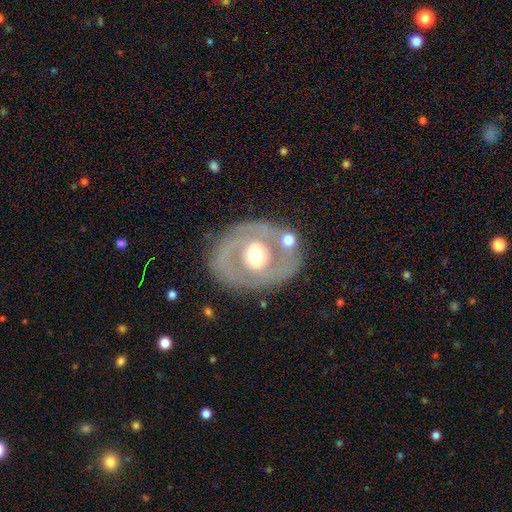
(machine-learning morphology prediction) Smooth or featured? featured or disk (68%)
Edge-on disk? no (94%)
Bar? no (60%)
Spiral arms? no (64%)
Bulge size? moderate (65%)
Merging? none (66%)